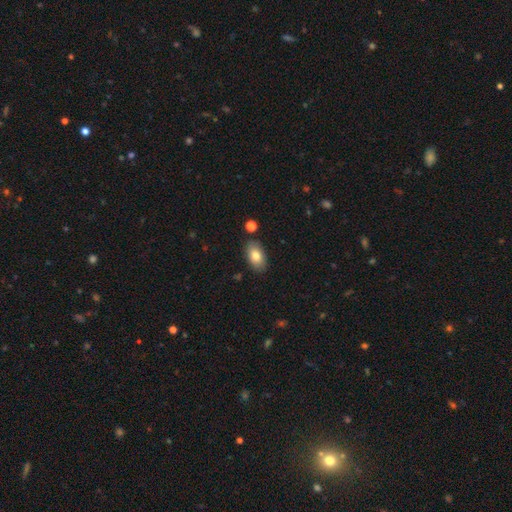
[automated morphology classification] smooth 81%, featured or disk 12%, star or artifact 7%. Down the decision tree: how rounded — in between (92%); merging — none (85%).